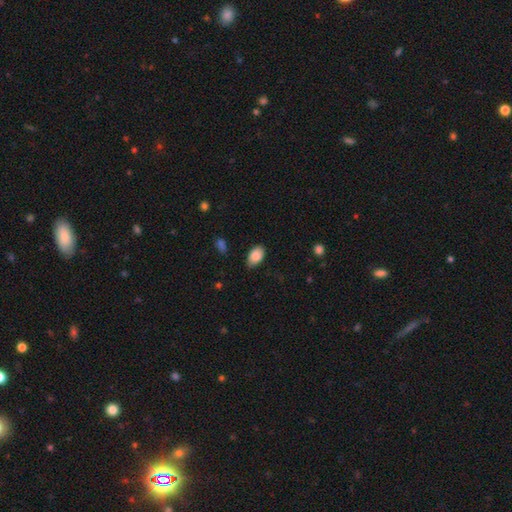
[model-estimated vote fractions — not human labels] Smooth or featured: smooth — 87% (star or artifact — 7%)
How rounded: in between — 93% (round — 6%)
Merging: none — 79% (minor disturbance — 17%)